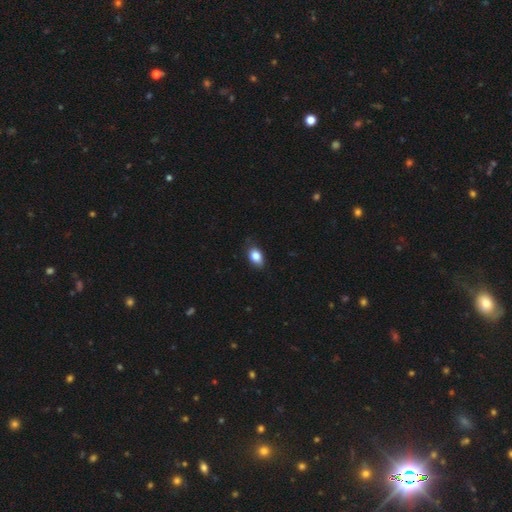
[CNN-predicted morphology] smooth-or-featured: smooth: 83% | featured or disk: 9% | star or artifact: 8%
  how-rounded: in between: 84% | round: 14% | cigar-shaped: 2%
  merging: none: 78% | minor disturbance: 18% | major disturbance: 3% | merger: 1%